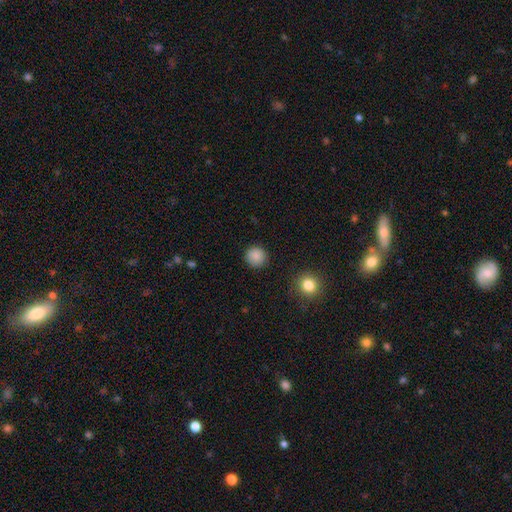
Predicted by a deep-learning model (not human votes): Smooth or featured? Predicted: smooth (p=0.87). How rounded? Predicted: round (p=0.94). Merging? Predicted: none (p=0.91).